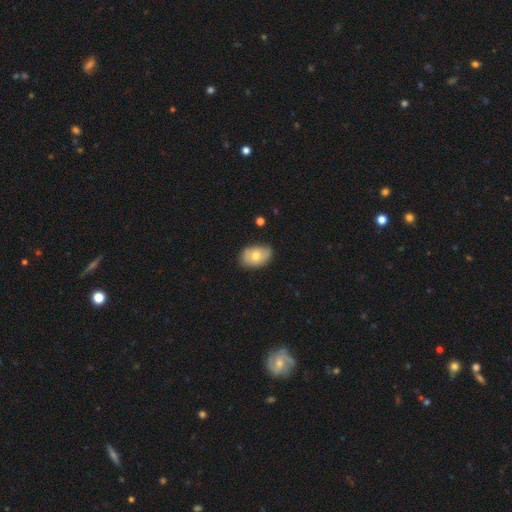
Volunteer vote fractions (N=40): Q: Smooth or featured?
A: smooth (57%); runner-up: featured or disk (35%)
Q: How rounded?
A: in between (87%); runner-up: round (13%)
Q: Merging?
A: none (68%); runner-up: minor disturbance (30%)